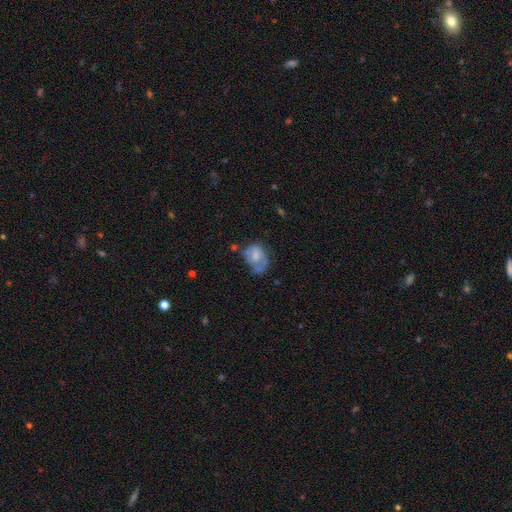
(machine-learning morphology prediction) featured or disk 46%, smooth 45%, star or artifact 8%. Down the decision tree: merging — none (35%).